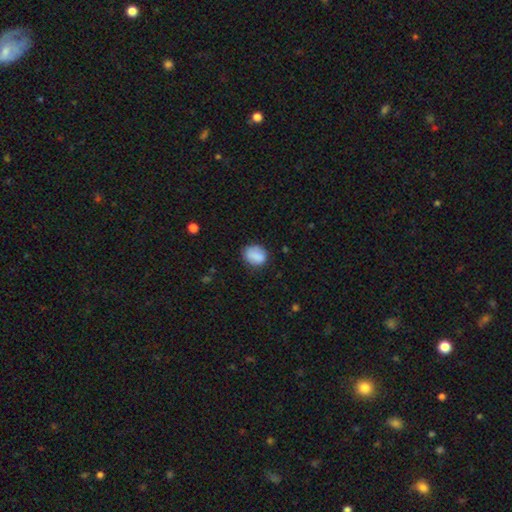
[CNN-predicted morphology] A smooth galaxy with no disk features (85%) that is round (54%). Merging: none (74%).